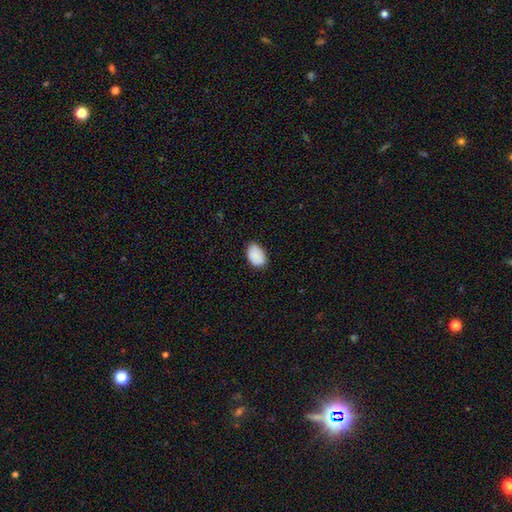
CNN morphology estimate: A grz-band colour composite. It shows a smooth galaxy with no disk features (89%) that is in between round and cigar-shaped (87%). Merging: none (81%).